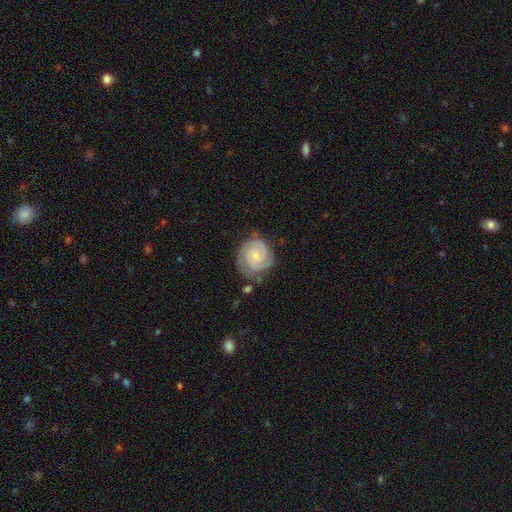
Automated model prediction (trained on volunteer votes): Overall: featured or disk (86%). Edge-on disk: no (98%). Bar: no (64%; weak 30%). Spiral arms: yes (98%). Spiral arm count: 2 (72%). Spiral winding: tight (74%). Bulge size: small (63%). Merging: none (75%).